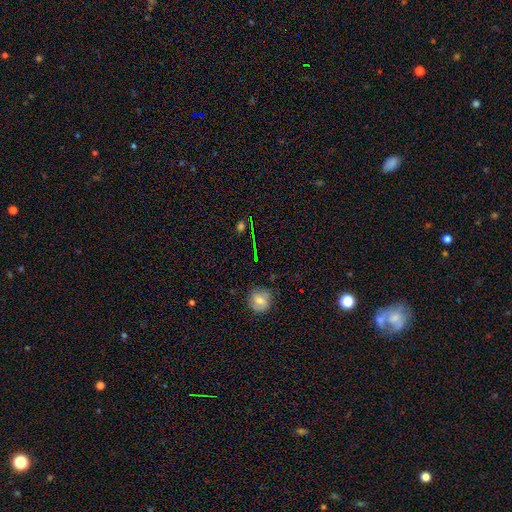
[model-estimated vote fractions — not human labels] Q: Smooth or featured?
A: star or artifact (47%); runner-up: smooth (41%)